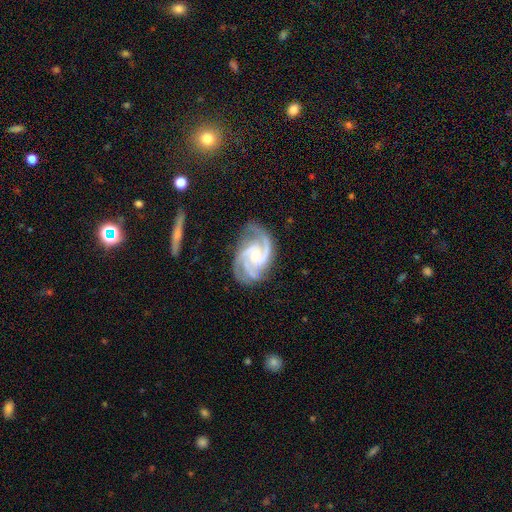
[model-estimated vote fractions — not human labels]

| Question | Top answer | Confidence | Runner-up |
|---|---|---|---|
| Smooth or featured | featured or disk | 93% | star or artifact (4%) |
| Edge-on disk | no | 98% | yes (2%) |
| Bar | no | 60% | weak (32%) |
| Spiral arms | yes | 99% | no (1%) |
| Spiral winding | tight | 48% | medium (46%) |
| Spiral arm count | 3 | 59% | 2 (14%) |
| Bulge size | small | 55% | moderate (40%) |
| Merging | none | 74% | minor disturbance (18%) |